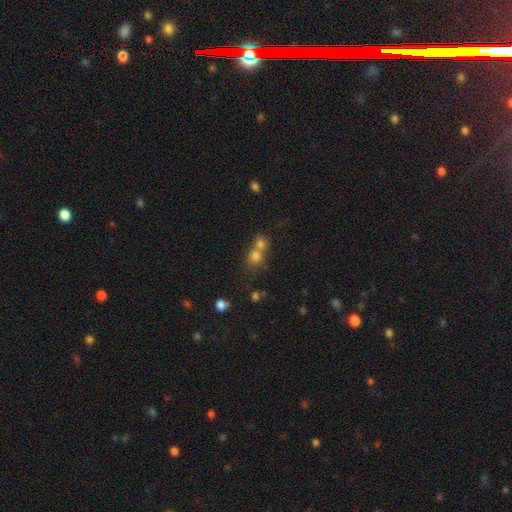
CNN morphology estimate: Smooth or featured? smooth (74%)
How rounded? round (80%)
Merging? merger (56%)